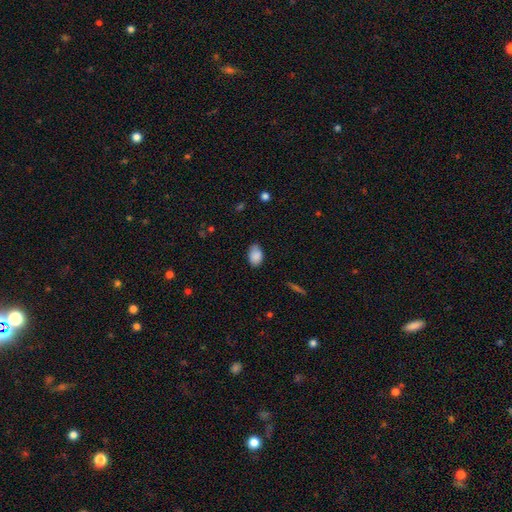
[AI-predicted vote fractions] Smooth or featured?
  - smooth: 87% *
  - star or artifact: 7%
  - featured or disk: 5%
How rounded?
  - in between: 89% *
  - round: 10%
  - cigar-shaped: 1%
Merging?
  - none: 74% *
  - minor disturbance: 21%
  - major disturbance: 3%
  - merger: 1%